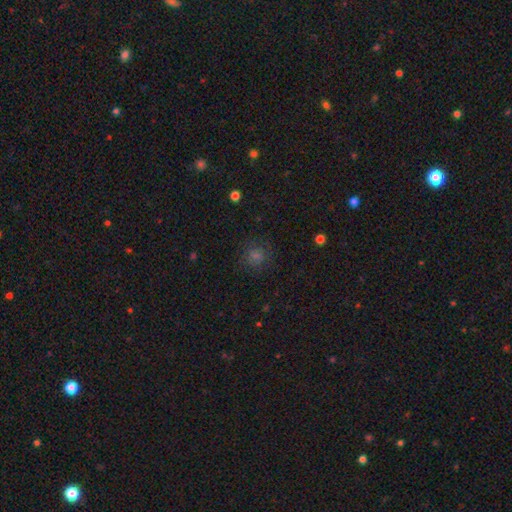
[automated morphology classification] The model was most divided on "smooth or featured": smooth: 59%, star or artifact: 31%, featured or disk: 10%. More confident: how rounded — round (86%); merging — none (81%).